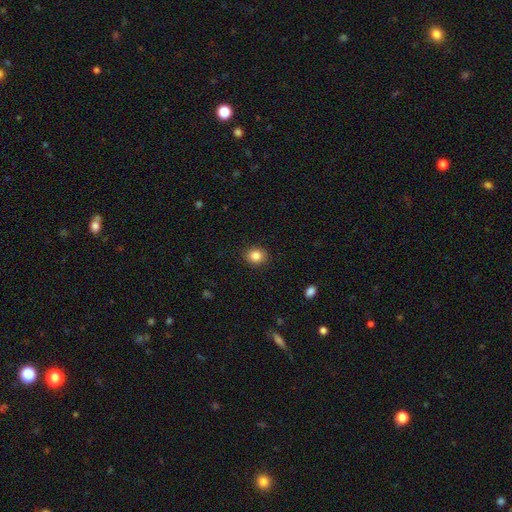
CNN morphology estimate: A smooth galaxy with no disk features (86%) that is round (75%).

Vote fractions:
- Smooth or featured? smooth: 86% / star or artifact: 10% / featured or disk: 5%
- How rounded? round: 75% / in between: 24% / cigar-shaped: 1%
- Merging? none: 90% / minor disturbance: 7% / major disturbance: 2% / merger: 1%